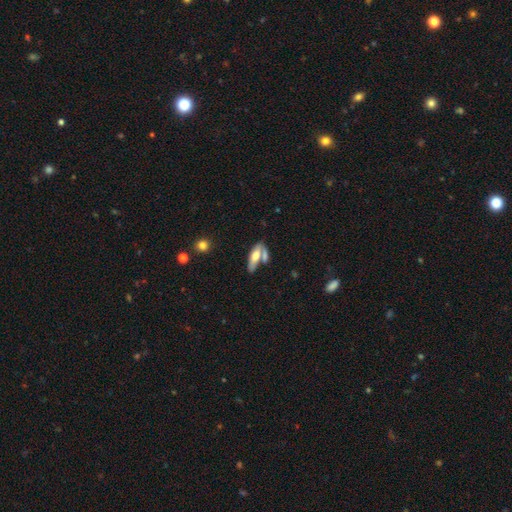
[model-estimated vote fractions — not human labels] smooth-or-featured: smooth: 57% | featured or disk: 36% | star or artifact: 7%
  how-rounded: in between: 67% | cigar-shaped: 30% | round: 3%
  merging: none: 42% | merger: 36% | minor disturbance: 15% | major disturbance: 7%